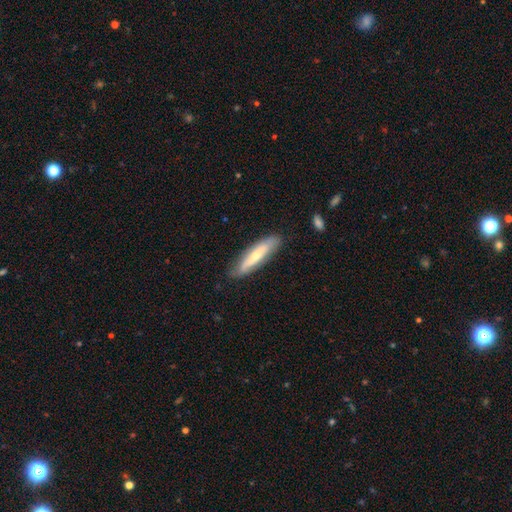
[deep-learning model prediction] This appears to be a smooth galaxy with no disk features (50%). Merging: none (81%).